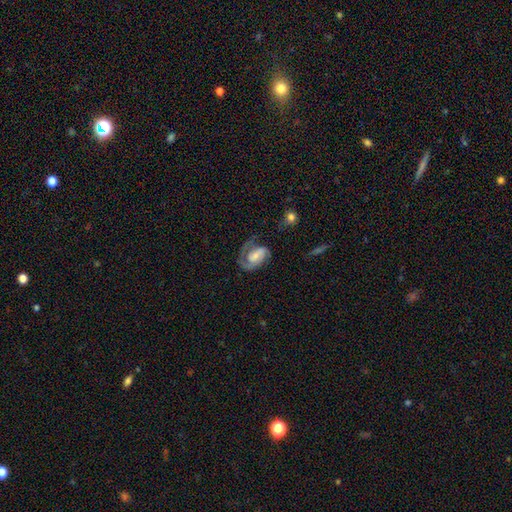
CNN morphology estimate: Q: Smooth or featured?
A: featured or disk (78%); runner-up: smooth (16%)
Q: Edge-on disk?
A: no (97%); runner-up: yes (3%)
Q: Bar?
A: weak (41%); runner-up: no (40%)
Q: Spiral arms?
A: yes (94%); runner-up: no (6%)
Q: Spiral winding?
A: medium (44%); runner-up: tight (42%)
Q: Spiral arm count?
A: 2 (61%); runner-up: 1 (26%)
Q: Bulge size?
A: small (42%); runner-up: moderate (34%)
Q: Merging?
A: none (50%); runner-up: major disturbance (25%)